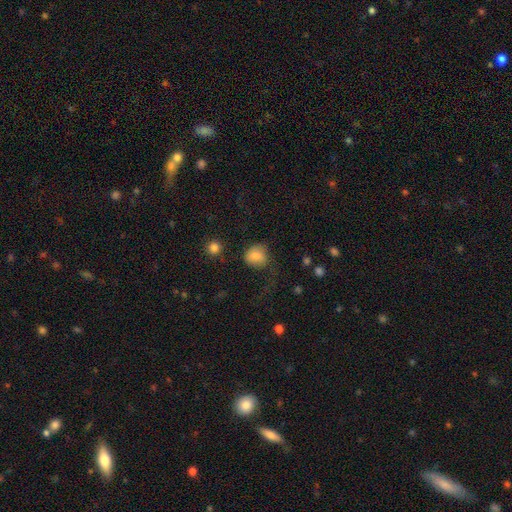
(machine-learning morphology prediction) Smooth or featured? Predicted: smooth (p=0.82). How rounded? Predicted: round (p=0.68). Merging? Predicted: none (p=0.50).